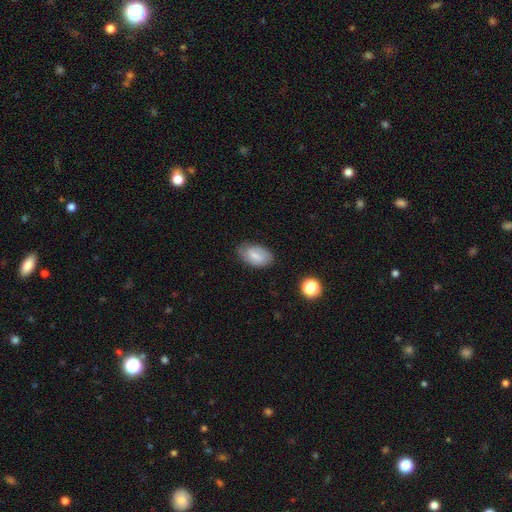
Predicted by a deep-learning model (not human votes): Q: Smooth or featured?
A: smooth (64%); runner-up: featured or disk (28%)
Q: How rounded?
A: in between (92%); runner-up: round (5%)
Q: Merging?
A: none (74%); runner-up: minor disturbance (20%)